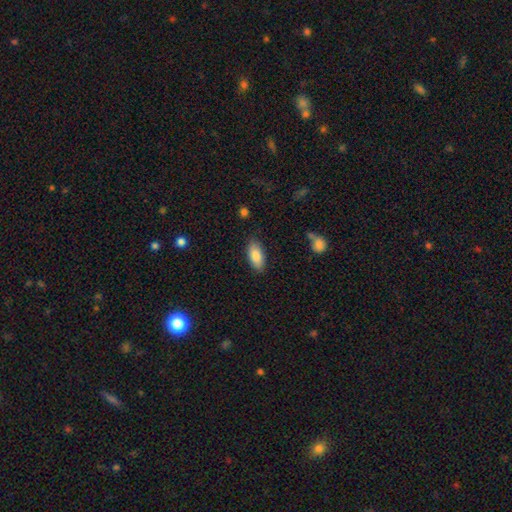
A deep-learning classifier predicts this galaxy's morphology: Smooth or featured: smooth — 85% (featured or disk — 8%)
How rounded: in between — 90% (cigar-shaped — 8%)
Merging: none — 84% (minor disturbance — 12%)